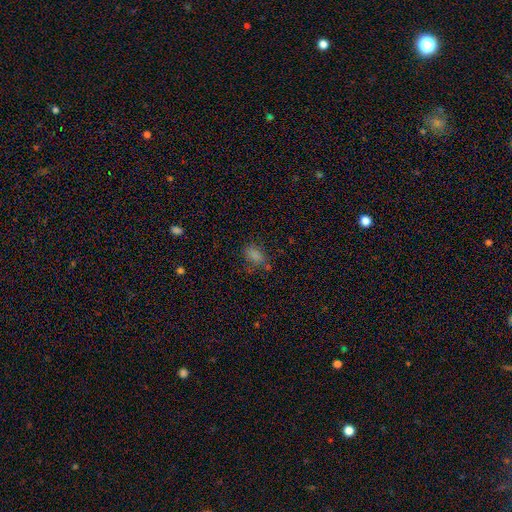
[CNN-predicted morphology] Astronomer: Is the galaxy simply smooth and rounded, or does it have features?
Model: smooth — 74%.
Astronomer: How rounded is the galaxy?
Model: in between — 82%.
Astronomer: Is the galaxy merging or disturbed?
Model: none — 62%.